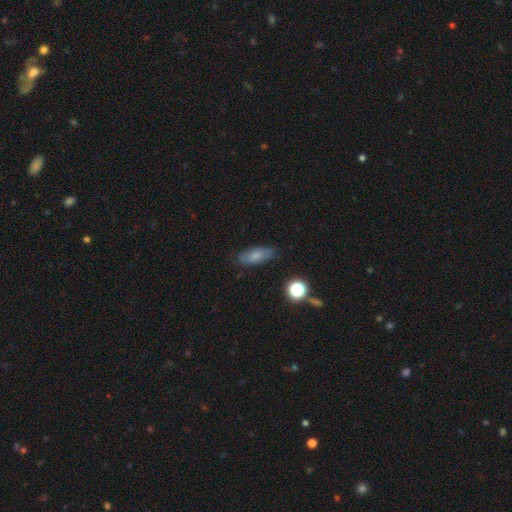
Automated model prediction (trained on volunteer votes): smooth-or-featured: smooth: 76% | featured or disk: 15% | star or artifact: 9%
  how-rounded: in between: 66% | cigar-shaped: 30% | round: 4%
  merging: none: 82% | minor disturbance: 14% | major disturbance: 3% | merger: 2%